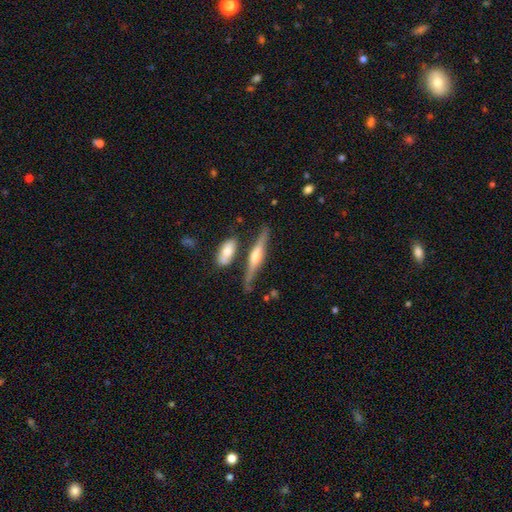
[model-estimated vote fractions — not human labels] Overall: featured or disk (64%; smooth 30%). Edge-on disk: yes (95%). Edge-on bulge: rounded (73%). Merging: none (73%).